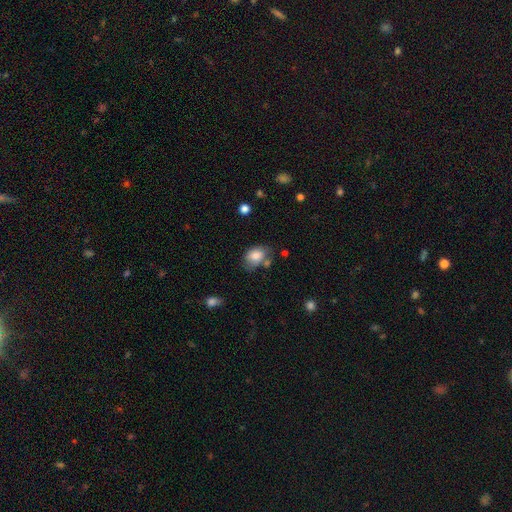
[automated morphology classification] A smooth galaxy with no disk features (79%) that is in between round and cigar-shaped (77%).

Vote fractions:
- Smooth or featured? smooth: 79% / featured or disk: 13% / star or artifact: 8%
- How rounded? in between: 77% / round: 22% / cigar-shaped: 1%
- Merging? none: 54% / minor disturbance: 26% / merger: 12% / major disturbance: 8%